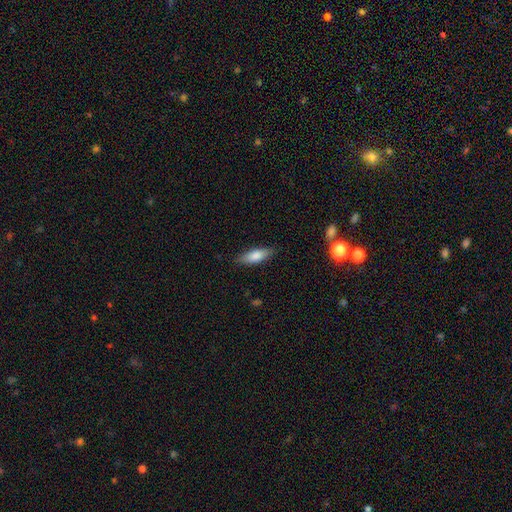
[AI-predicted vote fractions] Smooth or featured: smooth — 77% (featured or disk — 17%)
How rounded: in between — 58% (cigar-shaped — 40%)
Merging: none — 85% (minor disturbance — 11%)